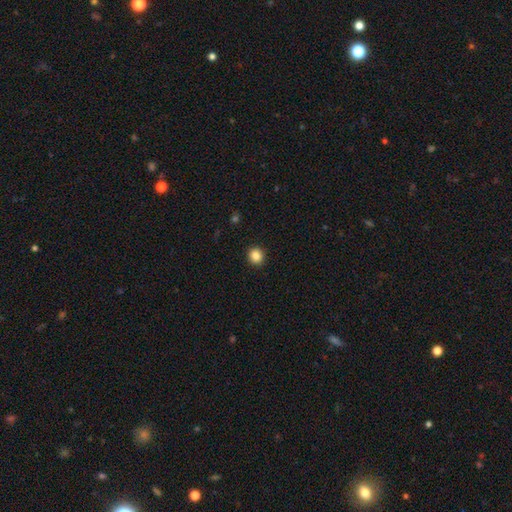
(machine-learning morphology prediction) A smooth galaxy with no disk features (86%) that is round (87%).

Vote fractions:
- Smooth or featured? smooth: 86% / star or artifact: 10% / featured or disk: 3%
- How rounded? round: 87% / in between: 12% / cigar-shaped: 1%
- Merging? none: 93% / minor disturbance: 5% / major disturbance: 2% / merger: 1%